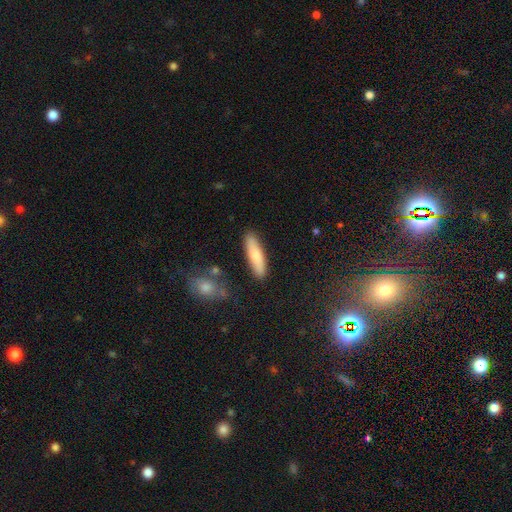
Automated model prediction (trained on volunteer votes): Q: Smooth or featured?
A: smooth (76%); runner-up: featured or disk (18%)
Q: How rounded?
A: cigar-shaped (72%); runner-up: in between (26%)
Q: Merging?
A: none (85%); runner-up: minor disturbance (10%)